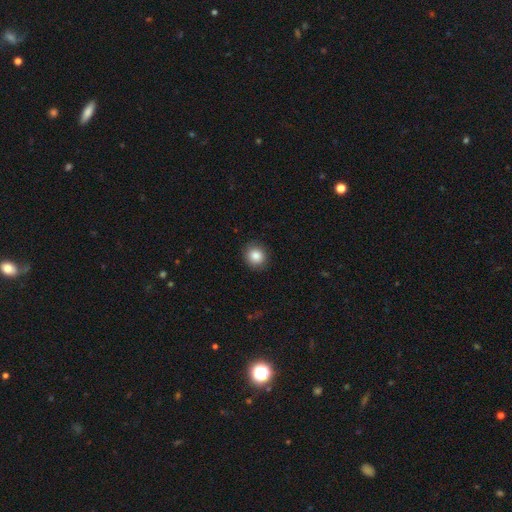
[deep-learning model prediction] Q: Smooth or featured?
A: smooth (86%); runner-up: star or artifact (9%)
Q: How rounded?
A: round (86%); runner-up: in between (13%)
Q: Merging?
A: none (90%); runner-up: minor disturbance (7%)